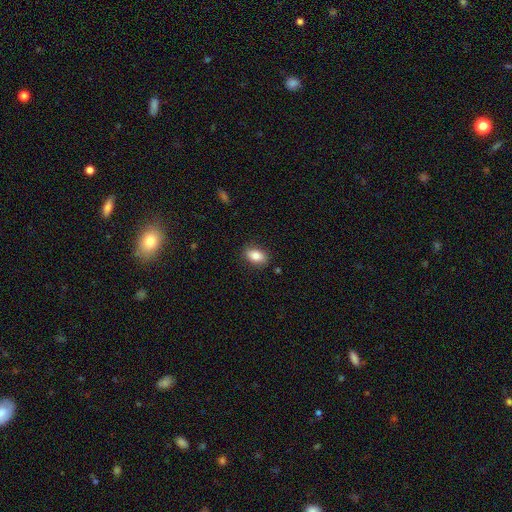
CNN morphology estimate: Q: Smooth or featured?
A: smooth (82%); runner-up: featured or disk (10%)
Q: How rounded?
A: in between (87%); runner-up: round (11%)
Q: Merging?
A: none (85%); runner-up: minor disturbance (11%)